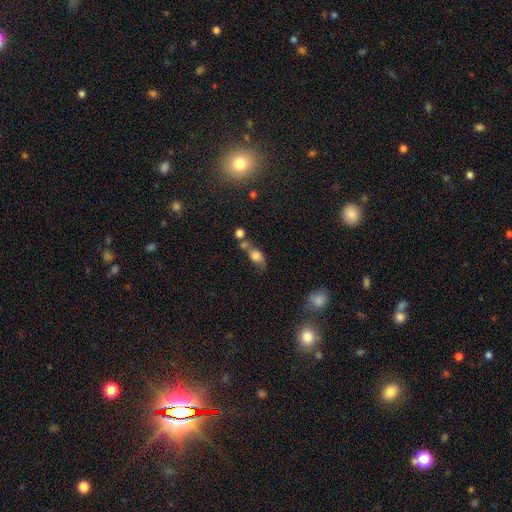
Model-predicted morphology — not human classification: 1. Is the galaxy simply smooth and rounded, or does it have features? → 64% smooth, 23% featured or disk, 12% star or artifact.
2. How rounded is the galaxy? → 60% in between, 34% round, 5% cigar-shaped.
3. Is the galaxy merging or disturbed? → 34% merger, 30% none, 20% minor disturbance, 16% major disturbance.